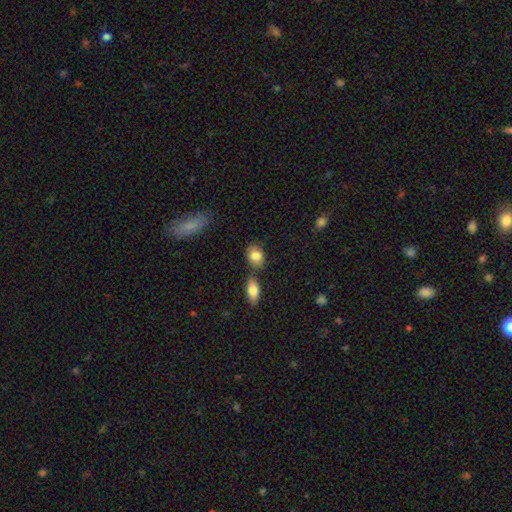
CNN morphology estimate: Smooth or featured?
  - smooth: 84% *
  - featured or disk: 9%
  - star or artifact: 7%
How rounded?
  - in between: 71% *
  - round: 27%
  - cigar-shaped: 2%
Merging?
  - none: 66% *
  - minor disturbance: 15%
  - merger: 15%
  - major disturbance: 4%